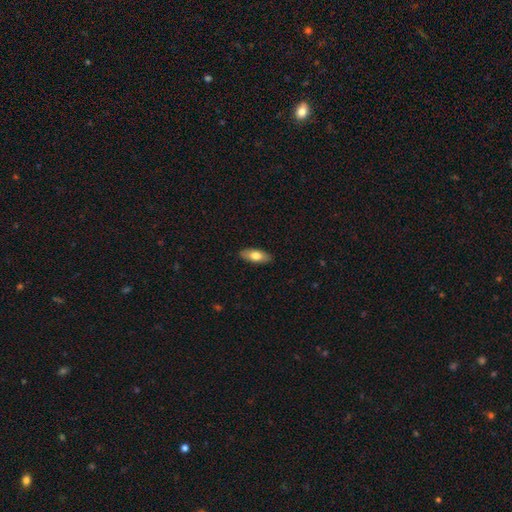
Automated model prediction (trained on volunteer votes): Smooth or featured? Predicted: smooth (p=0.74). How rounded? Predicted: in between (p=0.82). Merging? Predicted: none (p=0.88).